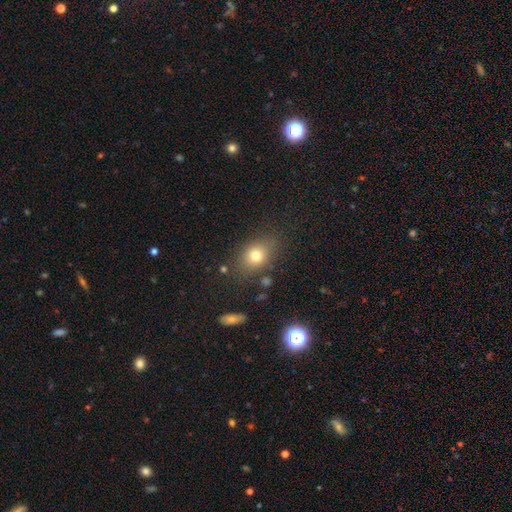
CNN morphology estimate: Smooth or featured?
  - smooth: 76% *
  - star or artifact: 12%
  - featured or disk: 12%
How rounded?
  - in between: 62% *
  - round: 36%
  - cigar-shaped: 2%
Merging?
  - none: 76% *
  - minor disturbance: 15%
  - major disturbance: 6%
  - merger: 4%